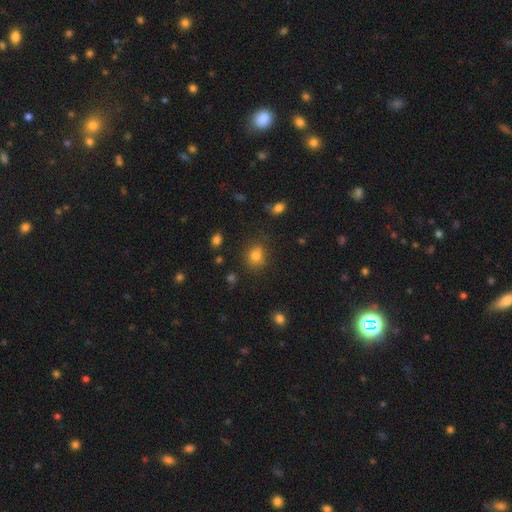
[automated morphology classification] Q: Smooth or featured?
A: smooth (78%); runner-up: star or artifact (14%)
Q: How rounded?
A: round (66%); runner-up: in between (33%)
Q: Merging?
A: none (75%); runner-up: minor disturbance (16%)